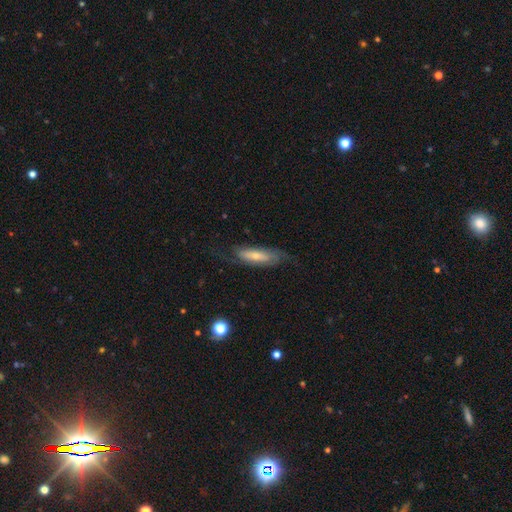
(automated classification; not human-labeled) smooth_or_featured: featured or disk (p=0.54) [alt: smooth p=0.39]
disk_edge_on: no (p=0.70) [alt: yes p=0.30]
merging: none (p=0.66) [alt: minor disturbance p=0.20]